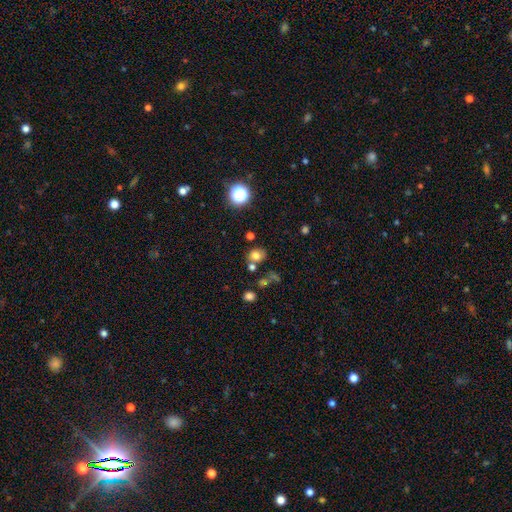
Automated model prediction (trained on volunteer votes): The model was most divided on "how rounded": round: 66%, in between: 33%, cigar-shaped: 1%. More confident: smooth or featured — smooth (73%); merging — none (67%).